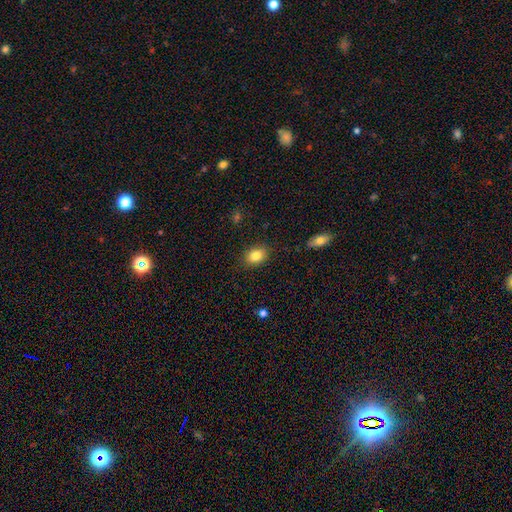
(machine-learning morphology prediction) The model was most divided on "how rounded": in between: 68%, round: 31%, cigar-shaped: 1%. More confident: merging — none (86%); smooth or featured — smooth (83%).